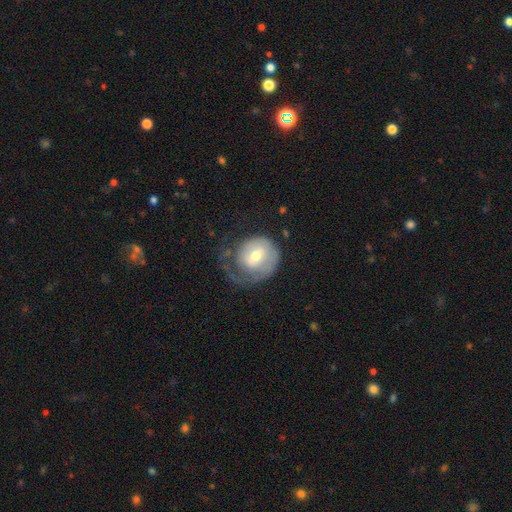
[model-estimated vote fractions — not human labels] smooth-or-featured: featured or disk: 53% | smooth: 41% | star or artifact: 6%
  disk-edge-on: no: 96% | yes: 4%
    bar: weak: 48% | no: 37% | strong: 14%
    has-spiral-arms: yes: 64% | no: 36%
    bulge-size: moderate: 63% | small: 26% | large: 8% | none: 1% | dominant: 1%
  merging: major disturbance: 40% | none: 36% | minor disturbance: 22% | merger: 2%